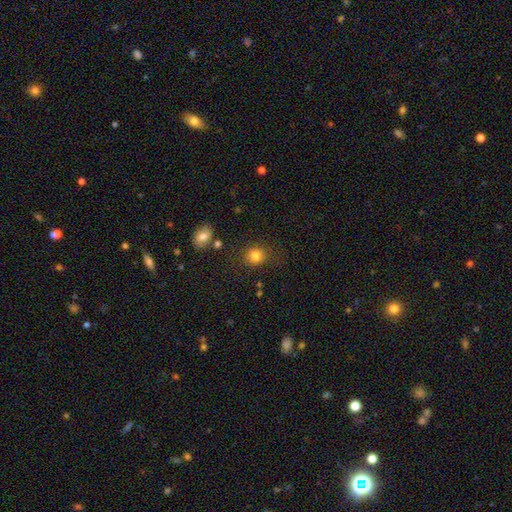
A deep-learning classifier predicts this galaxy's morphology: smooth 82%, star or artifact 12%, featured or disk 6%. Down the decision tree: how rounded — round (83%); merging — none (79%).